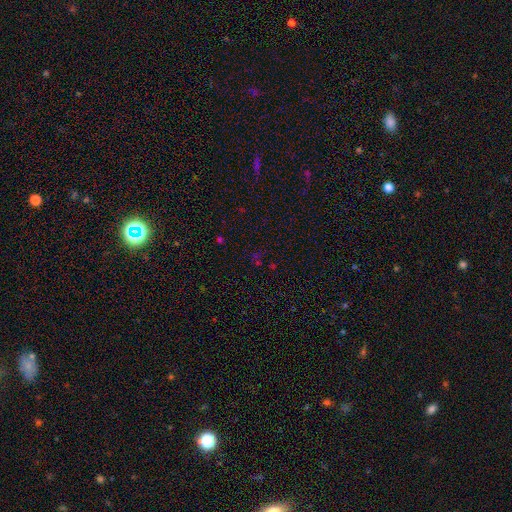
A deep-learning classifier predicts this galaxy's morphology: Smooth or featured? Predicted: star or artifact (p=0.62).